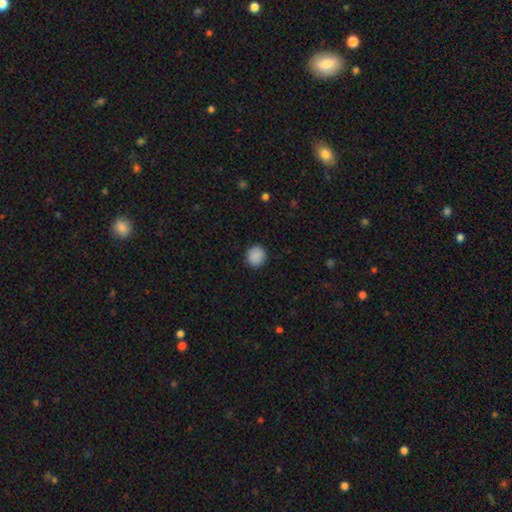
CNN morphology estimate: Q: Smooth or featured?
A: smooth (89%); runner-up: star or artifact (8%)
Q: How rounded?
A: round (88%); runner-up: in between (11%)
Q: Merging?
A: none (90%); runner-up: minor disturbance (7%)